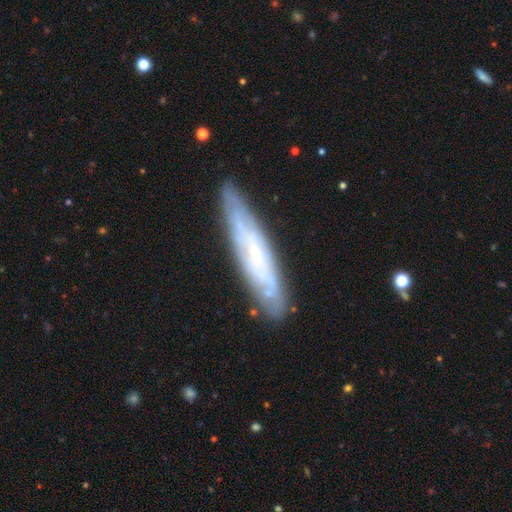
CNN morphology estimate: Q: Smooth or featured?
A: featured or disk (66%); runner-up: smooth (28%)
Q: Edge-on disk?
A: no (55%); runner-up: yes (45%)
Q: Merging?
A: none (78%); runner-up: minor disturbance (15%)